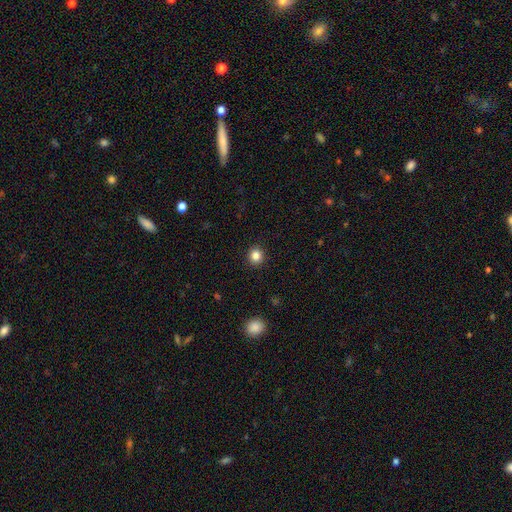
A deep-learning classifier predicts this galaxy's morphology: Smooth or featured: smooth — 84% (star or artifact — 11%)
How rounded: round — 90% (in between — 9%)
Merging: none — 92% (minor disturbance — 5%)